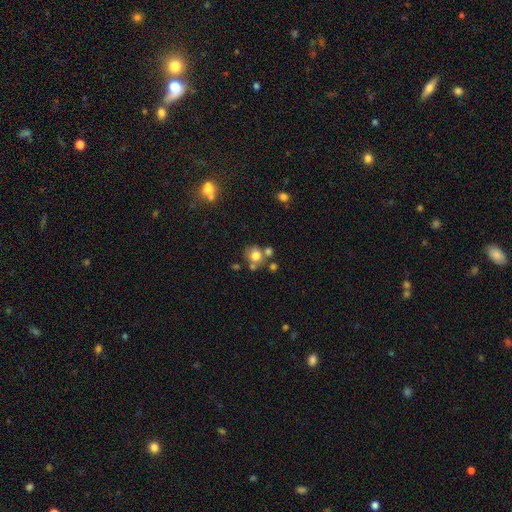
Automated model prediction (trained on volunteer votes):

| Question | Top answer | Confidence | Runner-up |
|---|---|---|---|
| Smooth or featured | smooth | 73% | featured or disk (14%) |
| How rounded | round | 79% | in between (20%) |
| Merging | none | 56% | merger (26%) |